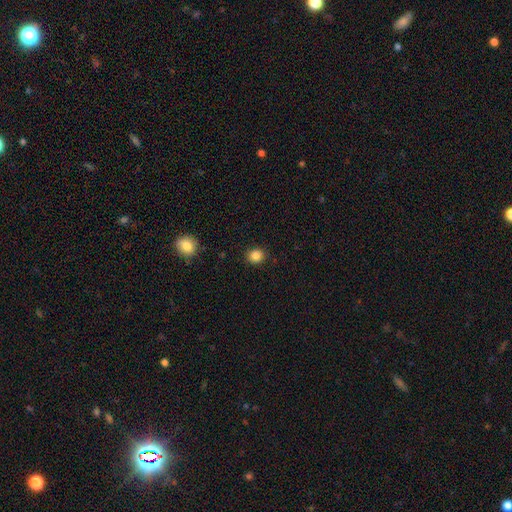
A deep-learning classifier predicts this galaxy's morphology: Q: Smooth or featured?
A: smooth (85%); runner-up: star or artifact (11%)
Q: How rounded?
A: round (81%); runner-up: in between (18%)
Q: Merging?
A: none (91%); runner-up: minor disturbance (6%)